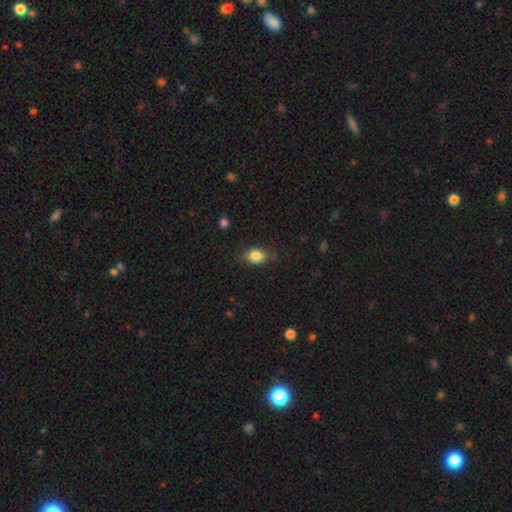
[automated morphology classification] This appears to be a smooth galaxy with no disk features (83%) that is in between round and cigar-shaped (66%). Merging: none (71%).